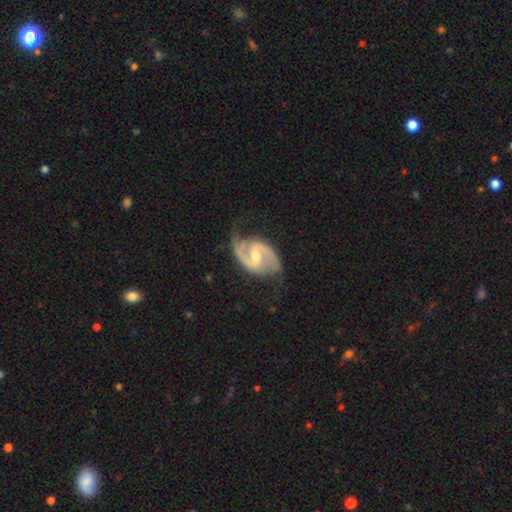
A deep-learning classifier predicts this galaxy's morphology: This is clearly a featured or disk galaxy (91%). It is clearly not viewed edge-on (98%). Bar: possibly weak (53%). Spiral arm pattern: clearly yes (97%). Spiral arm count: clearly 2 (92%). Spiral winding: possibly medium (56%). Central bulge: likely moderate (61%). Merging: likely none (71%).